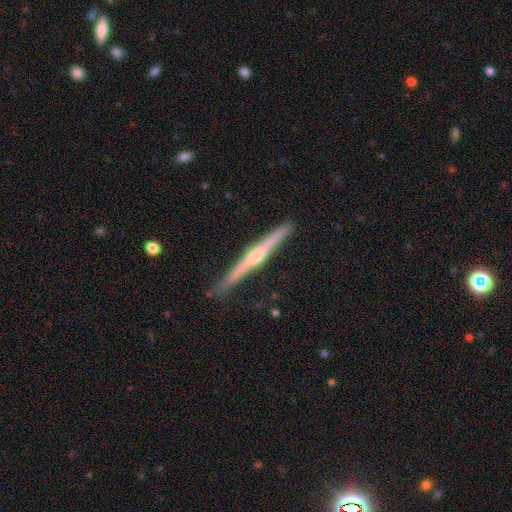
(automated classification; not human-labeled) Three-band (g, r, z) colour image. It shows a featured or disk galaxy (75%) viewed edge-on (98%) with a rounded central bulge (80%). Merging: none (86%).